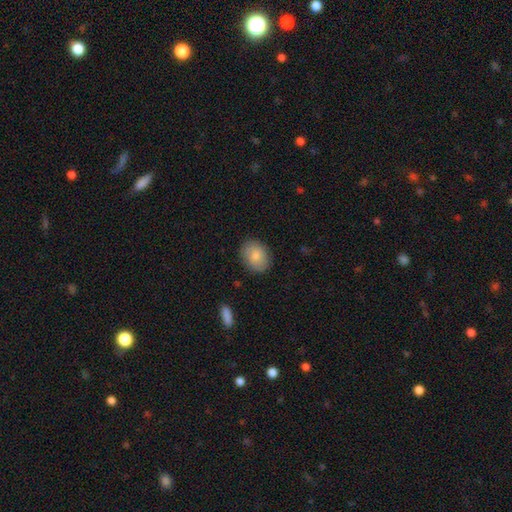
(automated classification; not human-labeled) The model was most divided on "how rounded": in between: 60%, round: 39%, cigar-shaped: 1%. More confident: merging — none (85%); smooth or featured — smooth (80%).